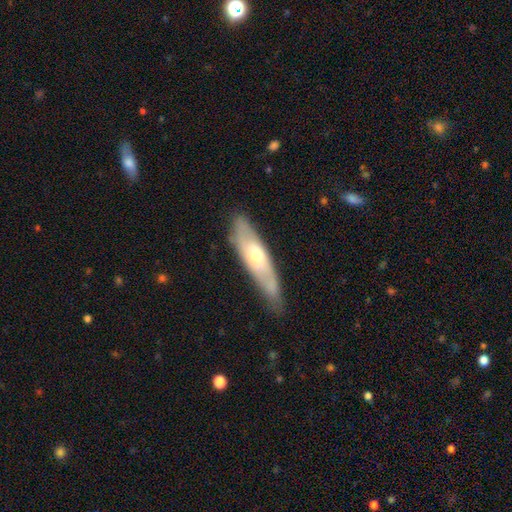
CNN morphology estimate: featured or disk 48%, smooth 46%, star or artifact 5%. Down the decision tree: merging — none (77%).